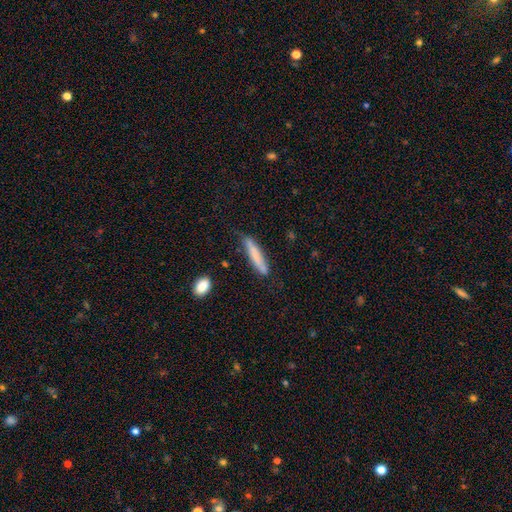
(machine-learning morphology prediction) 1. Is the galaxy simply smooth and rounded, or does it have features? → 69% smooth, 25% featured or disk, 6% star or artifact.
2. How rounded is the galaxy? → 90% cigar-shaped, 8% in between, 2% round.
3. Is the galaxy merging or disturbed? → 70% none, 23% minor disturbance, 4% major disturbance, 3% merger.